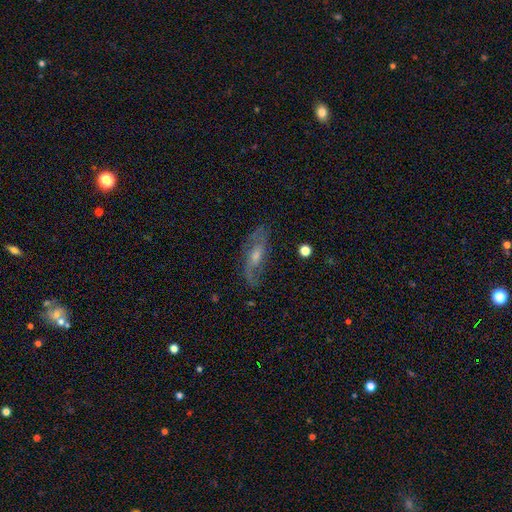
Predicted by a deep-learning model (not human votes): featured or disk 65%, smooth 20%, star or artifact 15%. Down the decision tree: edge-on disk — no (74%); merging — none (77%).